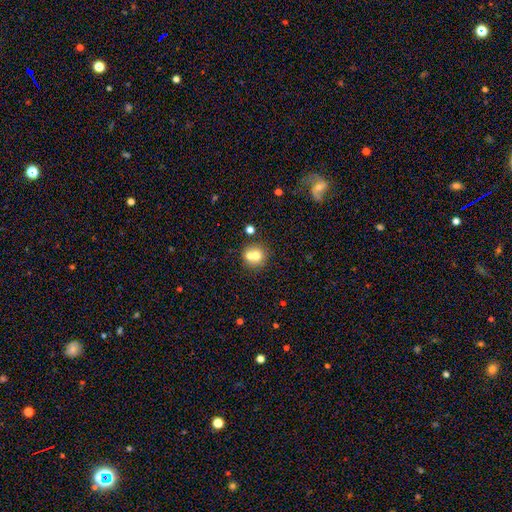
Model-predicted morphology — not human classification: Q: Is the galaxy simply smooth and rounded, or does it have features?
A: smooth — 67%.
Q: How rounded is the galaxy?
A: round — 85%.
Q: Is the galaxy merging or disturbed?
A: merger — 47%.